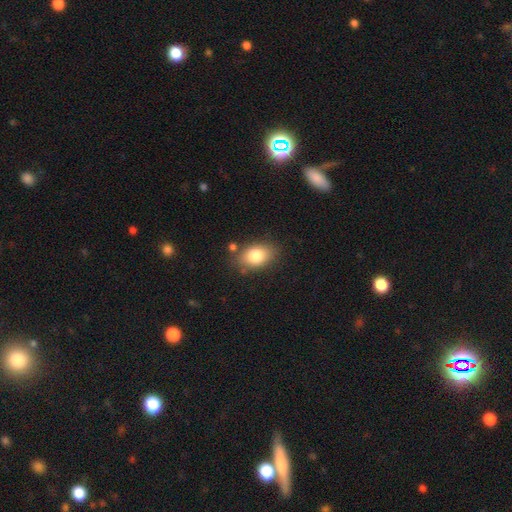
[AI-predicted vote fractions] This is clearly a smooth galaxy (81%). How rounded: clearly in between (82%). Merging: likely none (78%).